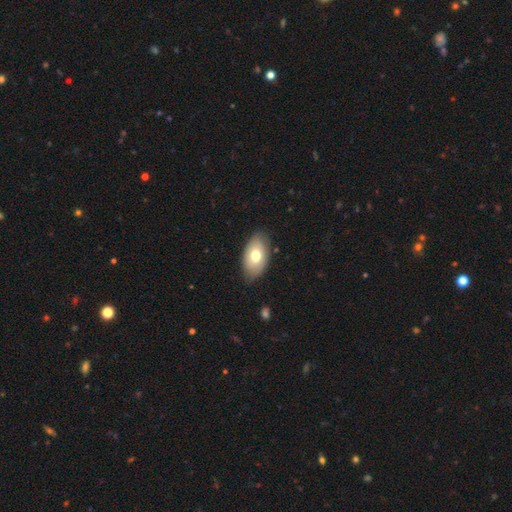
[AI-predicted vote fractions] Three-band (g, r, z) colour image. It shows a smooth galaxy with no disk features (68%) that is in between round and cigar-shaped (94%). Merging: none (79%).